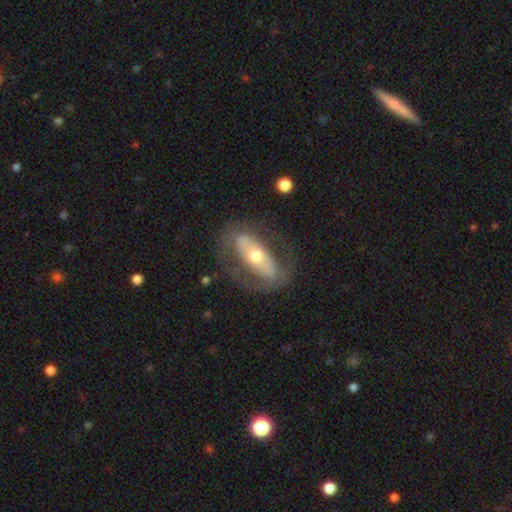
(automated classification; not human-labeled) Overall: featured or disk (65%; smooth 29%). Edge-on disk: no (85%). Bar: no (46%; strong 35%). Spiral arms: no (60%; yes 40%). Bulge size: moderate (66%). Merging: none (68%).